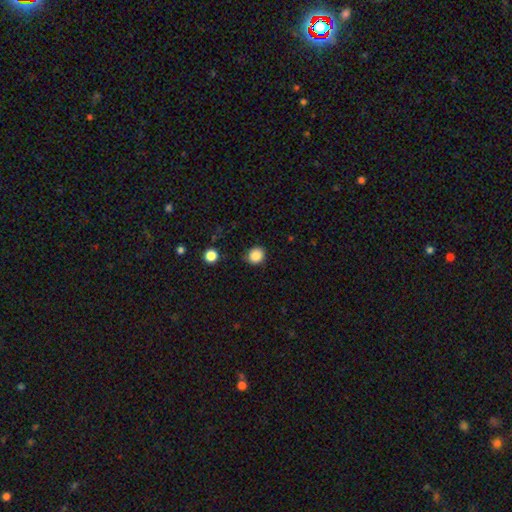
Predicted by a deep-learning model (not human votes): This is clearly a smooth galaxy (87%). How rounded: clearly round (85%). Merging: clearly none (83%).